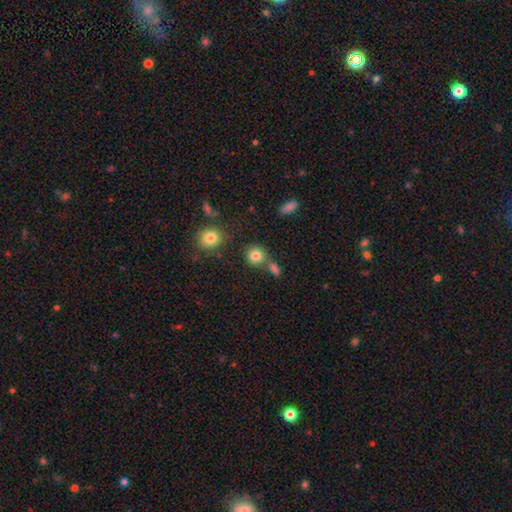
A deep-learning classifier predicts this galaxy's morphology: smooth_or_featured: smooth (p=0.82) [alt: star or artifact p=0.11]
how_rounded: round (p=0.84) [alt: in between p=0.15]
merging: none (p=0.63) [alt: merger p=0.22]